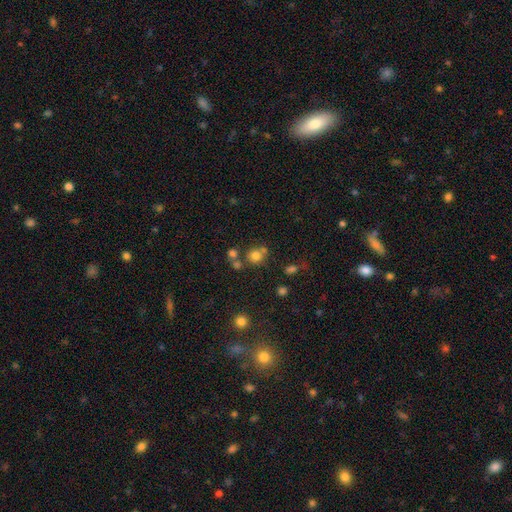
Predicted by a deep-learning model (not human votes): A smooth galaxy with no disk features (74%) that is round (85%).

Vote fractions:
- Smooth or featured? smooth: 74% / star or artifact: 17% / featured or disk: 9%
- How rounded? round: 85% / in between: 14% / cigar-shaped: 1%
- Merging? none: 62% / merger: 24% / minor disturbance: 10% / major disturbance: 4%